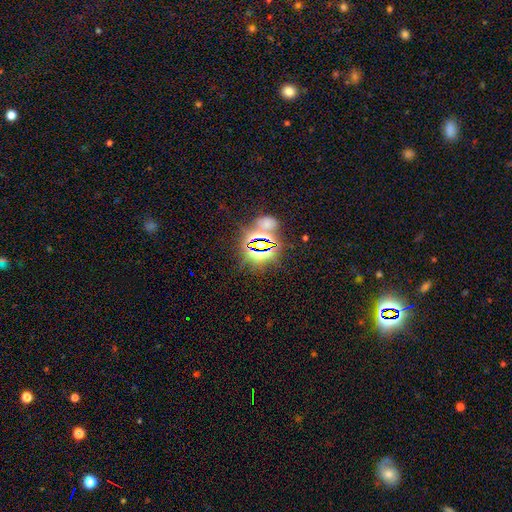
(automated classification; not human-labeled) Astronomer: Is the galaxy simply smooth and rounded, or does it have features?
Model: star or artifact — 80%.